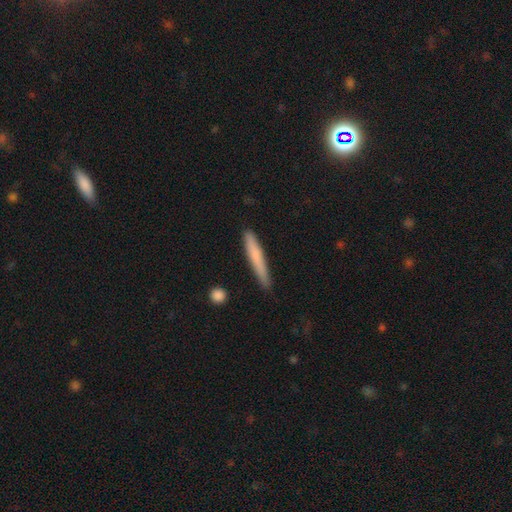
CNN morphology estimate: This is likely a smooth galaxy (73%). How rounded: clearly cigar-shaped (95%). Merging: clearly none (85%).